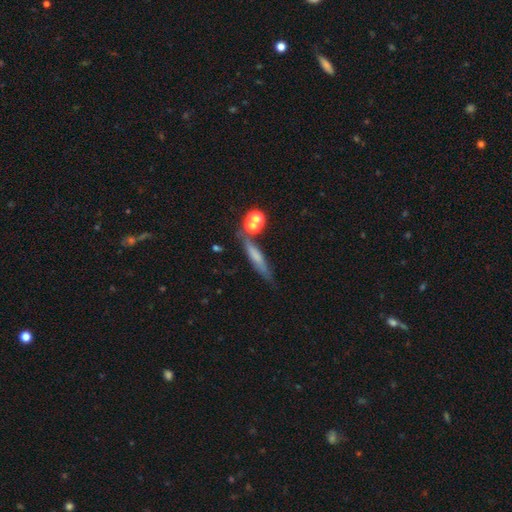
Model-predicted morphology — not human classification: smooth 55%, featured or disk 32%, star or artifact 13%. Down the decision tree: how rounded — cigar-shaped (79%); merging — none (64%).